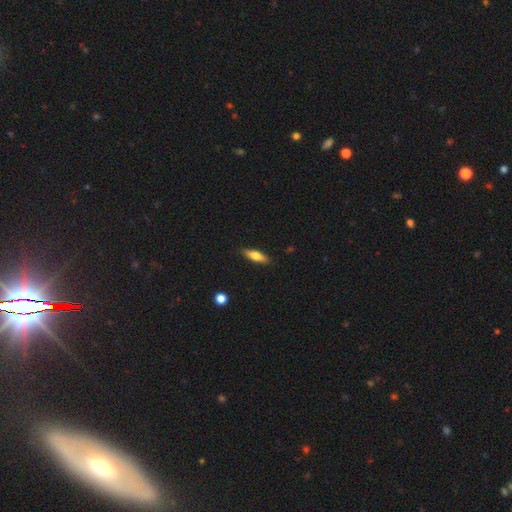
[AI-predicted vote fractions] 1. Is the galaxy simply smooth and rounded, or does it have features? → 65% smooth, 28% featured or disk, 6% star or artifact.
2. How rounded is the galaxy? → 51% cigar-shaped, 47% in between, 2% round.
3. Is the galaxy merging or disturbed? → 88% none, 9% minor disturbance, 2% major disturbance, 1% merger.